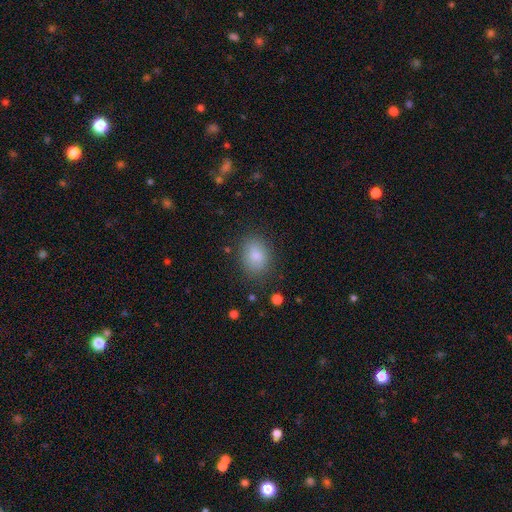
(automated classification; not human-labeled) A smooth galaxy with no disk features (84%) that is in between round and cigar-shaped (60%). Merging: none (81%).